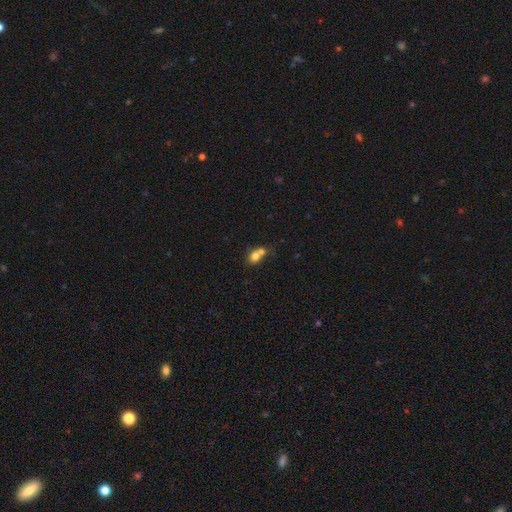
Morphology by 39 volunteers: A smooth galaxy with no disk features (67%) that is round (58%). Merging: merger (66%).